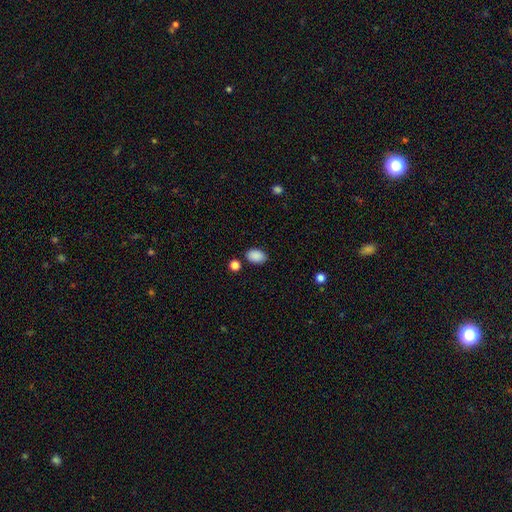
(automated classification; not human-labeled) Smooth or featured?
  - smooth: 89% *
  - star or artifact: 8%
  - featured or disk: 3%
How rounded?
  - in between: 86% *
  - round: 13%
  - cigar-shaped: 1%
Merging?
  - none: 81% *
  - minor disturbance: 12%
  - merger: 4%
  - major disturbance: 3%